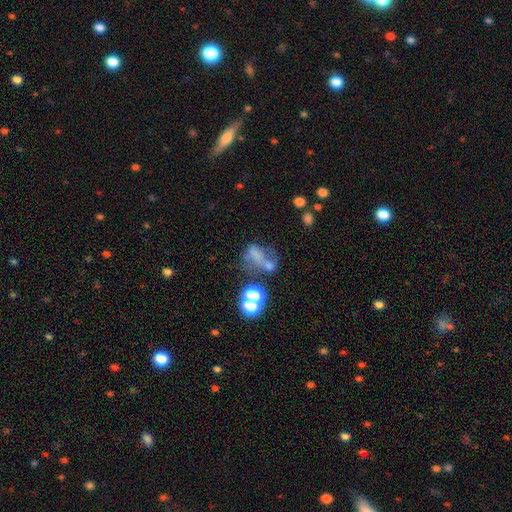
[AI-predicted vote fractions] A smooth galaxy with no disk features (49%). Merging: merger (34%).